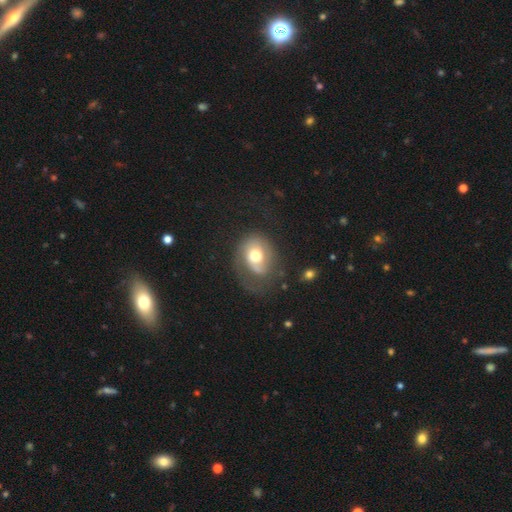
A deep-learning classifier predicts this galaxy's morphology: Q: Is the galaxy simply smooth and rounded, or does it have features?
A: featured or disk — 55%.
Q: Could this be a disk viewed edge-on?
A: no — 96%.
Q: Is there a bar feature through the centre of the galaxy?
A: no — 72%.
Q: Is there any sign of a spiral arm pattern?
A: yes — 74%.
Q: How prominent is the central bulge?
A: moderate — 70%.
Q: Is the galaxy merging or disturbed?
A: none — 41%.